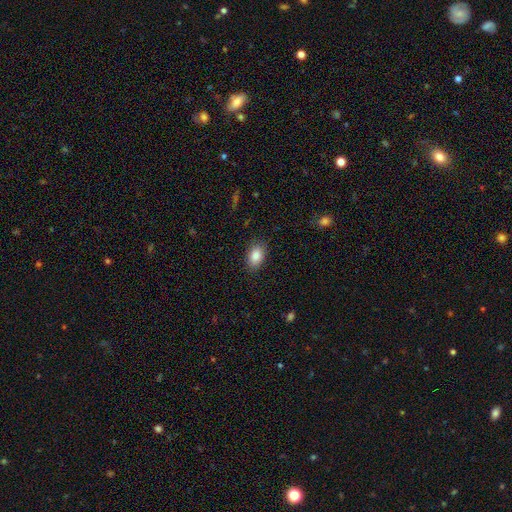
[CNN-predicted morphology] This appears to be a smooth galaxy with no disk features (86%) that is in between round and cigar-shaped (87%). Merging: none (86%).